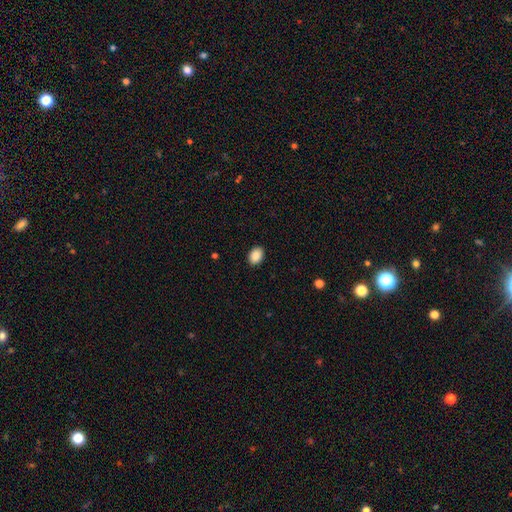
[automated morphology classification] Smooth or featured: smooth — 90% (star or artifact — 7%)
How rounded: in between — 77% (round — 22%)
Merging: none — 90% (minor disturbance — 7%)